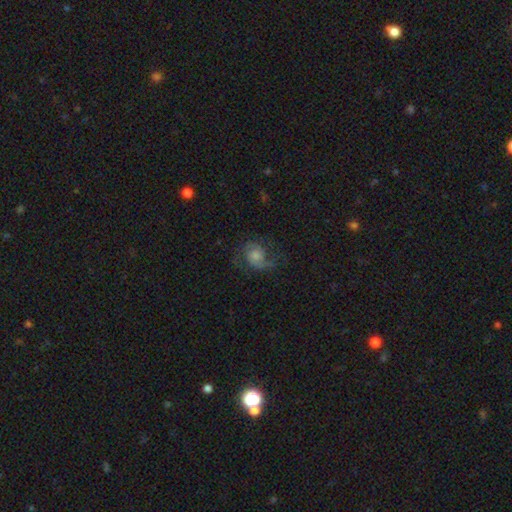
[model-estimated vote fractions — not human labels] Overall: featured or disk (69%). Edge-on disk: no (98%). Bar: no (70%). Spiral arms: yes (93%). Spiral arm count: 2 (79%). Spiral winding: medium (48%; loose 32%). Bulge size: moderate (41%; small 27%). Merging: none (65%).